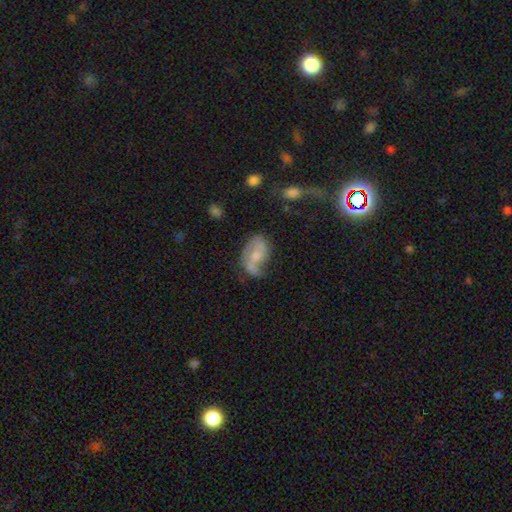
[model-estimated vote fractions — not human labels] A featured or disk galaxy (67%) with no bar (44%), 2 (78%) loose (56%) spiral arms (85%) and a moderate central bulge (48%).

Vote fractions:
- Smooth or featured? featured or disk: 67% / smooth: 25% / star or artifact: 8%
- Edge-on disk? no: 96% / yes: 4%
- Bar? no: 44% / weak: 38% / strong: 18%
- Spiral arms? yes: 85% / no: 15%
- Spiral winding? loose: 56% / medium: 31% / tight: 12%
- Spiral arm count? 2: 78% / 1: 11% / can't tell: 8% / 3: 1% / 4: 1% / more than 4: 1%
- Bulge size? moderate: 48% / small: 42% / none: 6% / large: 3% / dominant: 1%
- Merging? none: 51% / minor disturbance: 28% / major disturbance: 17% / merger: 4%